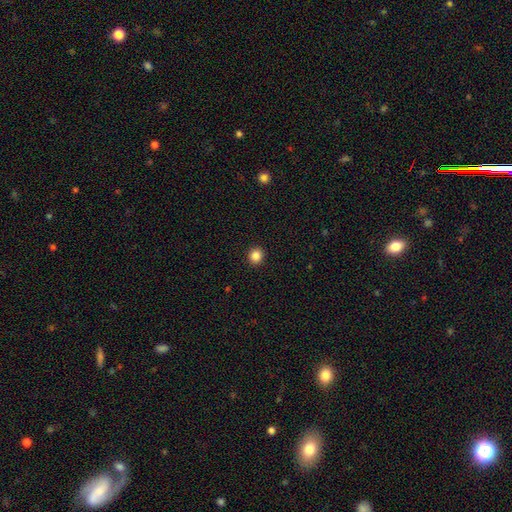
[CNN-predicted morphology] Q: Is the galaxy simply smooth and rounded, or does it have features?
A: smooth — 85%.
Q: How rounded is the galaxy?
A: round — 88%.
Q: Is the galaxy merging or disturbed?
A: none — 93%.